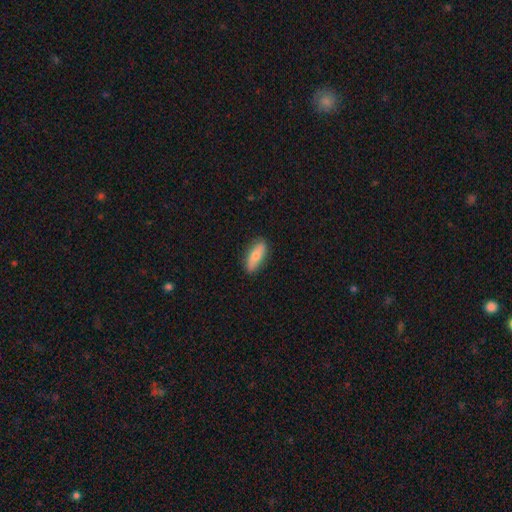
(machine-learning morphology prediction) Smooth or featured? smooth (71%)
How rounded? in between (60%)
Merging? none (85%)